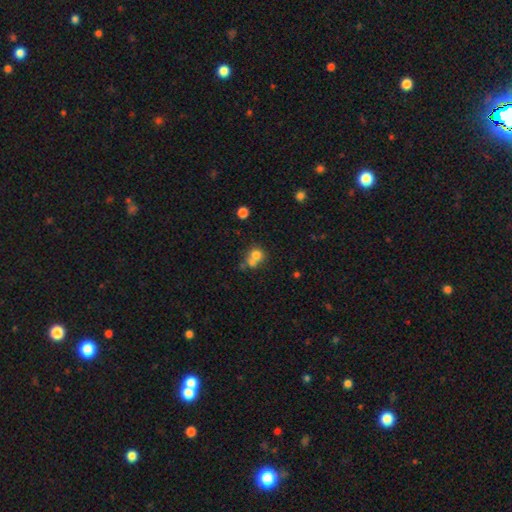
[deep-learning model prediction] smooth_or_featured: smooth (p=0.73) [alt: featured or disk p=0.14]
how_rounded: round (p=0.82) [alt: in between p=0.17]
merging: merger (p=0.49) [alt: none p=0.39]